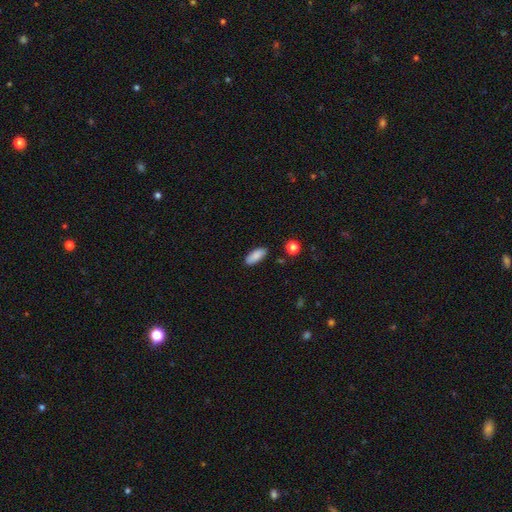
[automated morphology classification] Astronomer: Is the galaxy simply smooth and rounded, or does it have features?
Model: smooth — 87%.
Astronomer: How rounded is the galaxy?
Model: in between — 81%.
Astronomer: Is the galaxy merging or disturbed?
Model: none — 87%.